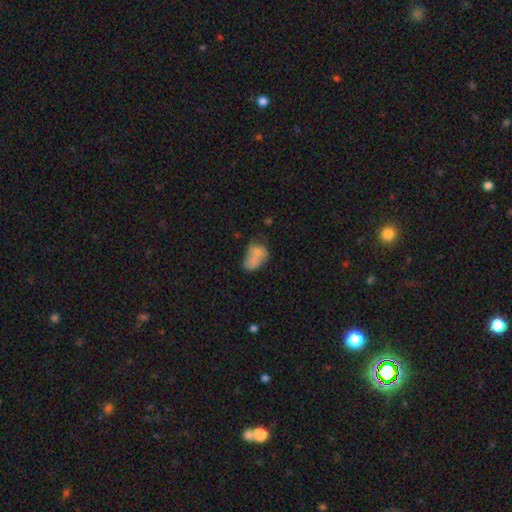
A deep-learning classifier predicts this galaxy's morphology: A smooth galaxy with no disk features (67%) that is in between round and cigar-shaped (75%). Merging: merger (45%).